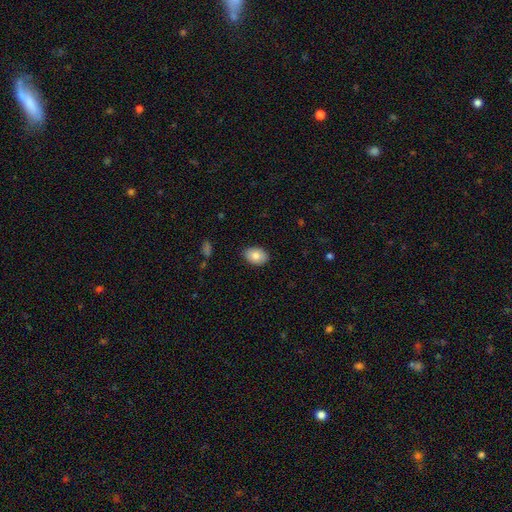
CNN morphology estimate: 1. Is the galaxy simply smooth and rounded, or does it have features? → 82% smooth, 11% featured or disk, 7% star or artifact.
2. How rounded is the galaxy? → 85% in between, 14% round, 1% cigar-shaped.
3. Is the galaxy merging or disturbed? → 87% none, 10% minor disturbance, 2% major disturbance, 1% merger.